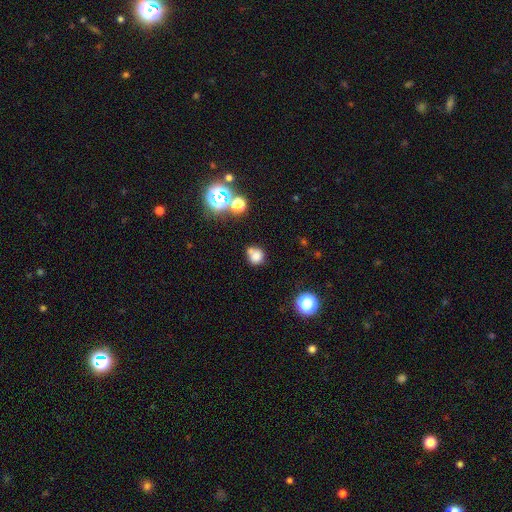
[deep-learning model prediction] Morphology: type=smooth (75%); roundness=round (78%); merging=none (50%).